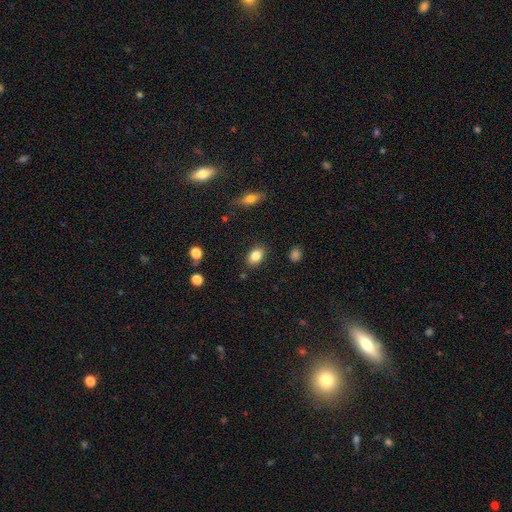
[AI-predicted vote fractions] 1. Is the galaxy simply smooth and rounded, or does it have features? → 84% smooth, 9% star or artifact, 7% featured or disk.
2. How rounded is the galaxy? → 82% in between, 16% round, 2% cigar-shaped.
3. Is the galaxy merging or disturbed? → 86% none, 10% minor disturbance, 3% major disturbance, 2% merger.